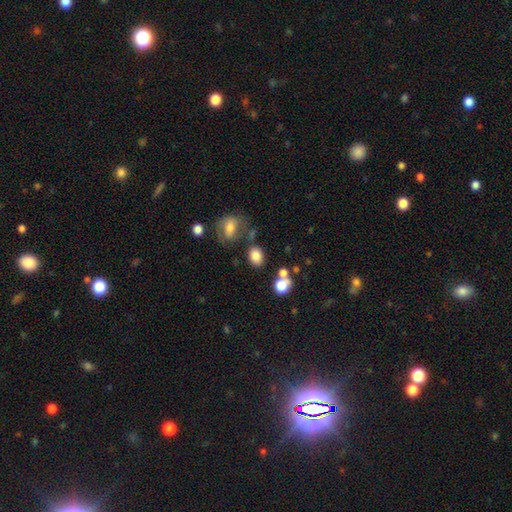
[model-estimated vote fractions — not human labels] This appears to be a smooth galaxy with no disk features (81%) that is in between round and cigar-shaped (63%). Merging: none (72%).